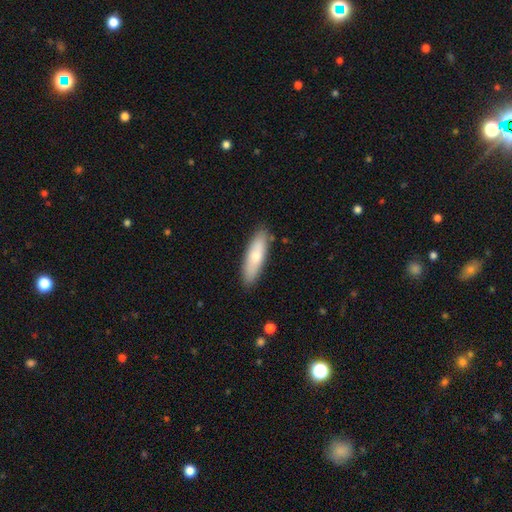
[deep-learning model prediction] Smooth or featured?
  - smooth: 72% *
  - featured or disk: 23%
  - star or artifact: 5%
How rounded?
  - cigar-shaped: 55% *
  - in between: 43%
  - round: 2%
Merging?
  - none: 86% *
  - minor disturbance: 11%
  - major disturbance: 2%
  - merger: 2%